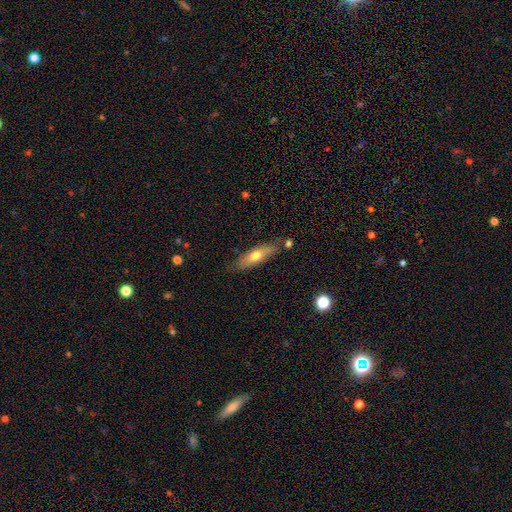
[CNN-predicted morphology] Overall: smooth (59%; featured or disk 34%). How rounded: cigar-shaped (55%; in between 43%). Merging: none (75%).